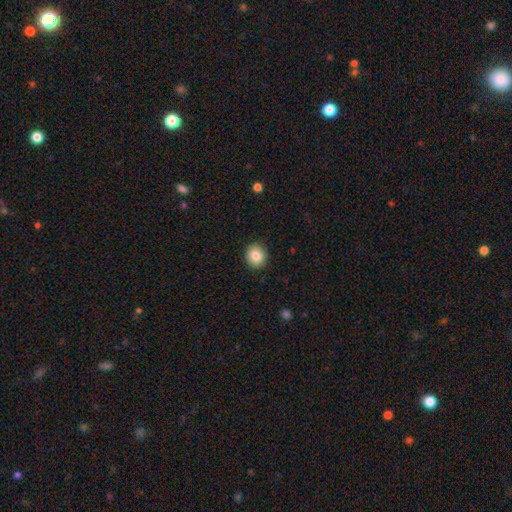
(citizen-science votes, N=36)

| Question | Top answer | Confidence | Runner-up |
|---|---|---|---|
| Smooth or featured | smooth | 92% | featured or disk (6%) |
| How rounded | round | 67% | in between (33%) |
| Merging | none | 86% | minor disturbance (11%) |